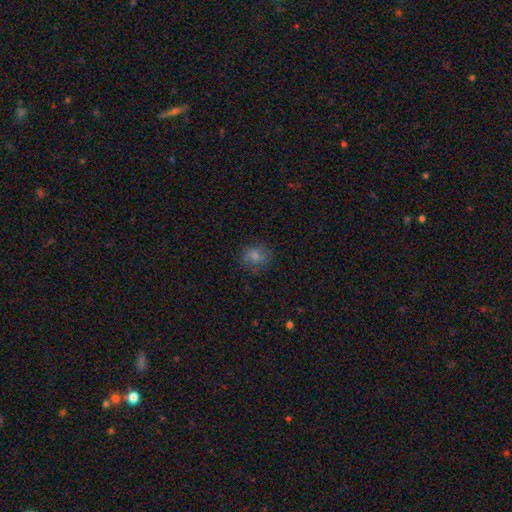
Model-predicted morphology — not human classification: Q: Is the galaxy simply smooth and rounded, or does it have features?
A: smooth — 67%.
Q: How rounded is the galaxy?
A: round — 70%.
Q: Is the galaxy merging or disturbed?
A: none — 78%.